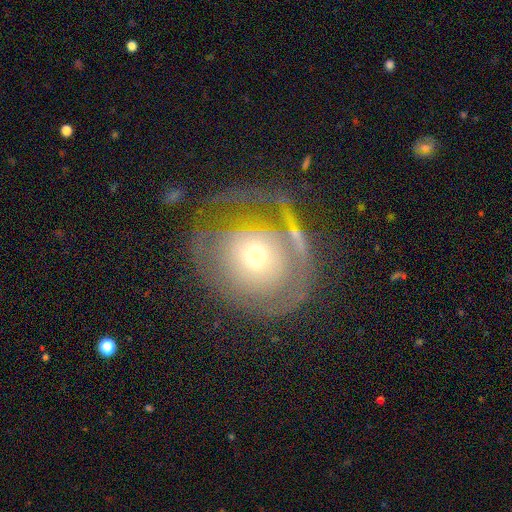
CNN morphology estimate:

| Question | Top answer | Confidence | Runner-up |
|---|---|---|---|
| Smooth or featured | featured or disk | 63% | smooth (29%) |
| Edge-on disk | no | 95% | yes (5%) |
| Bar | no | 84% | weak (12%) |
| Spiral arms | no | 51% | yes (49%) |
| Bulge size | moderate | 50% | small (40%) |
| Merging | none | 52% | major disturbance (22%) |